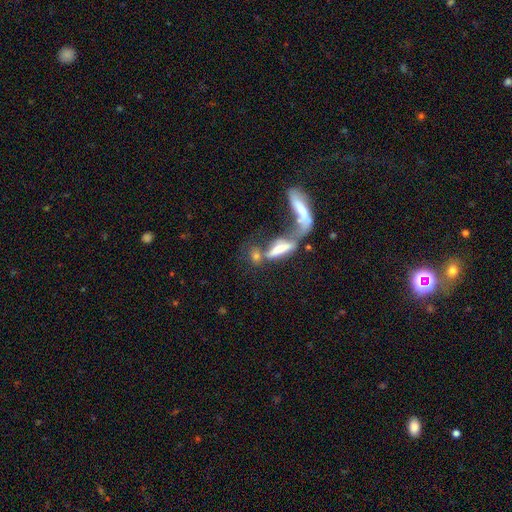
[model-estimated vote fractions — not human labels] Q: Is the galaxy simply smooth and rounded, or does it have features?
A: smooth — 56%.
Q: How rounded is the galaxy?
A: cigar-shaped — 55%.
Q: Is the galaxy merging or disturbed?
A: merger — 68%.